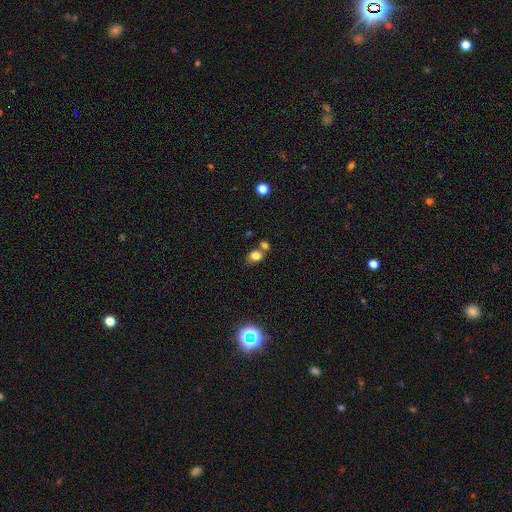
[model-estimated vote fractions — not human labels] This appears to be a smooth galaxy with no disk features (80%) that is round (50%). Merging: none (52%).